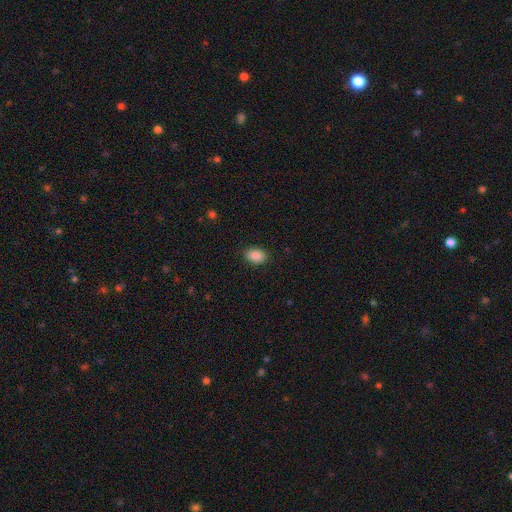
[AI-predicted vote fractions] This is clearly a smooth galaxy (88%). How rounded: likely in between (79%). Merging: clearly none (86%).